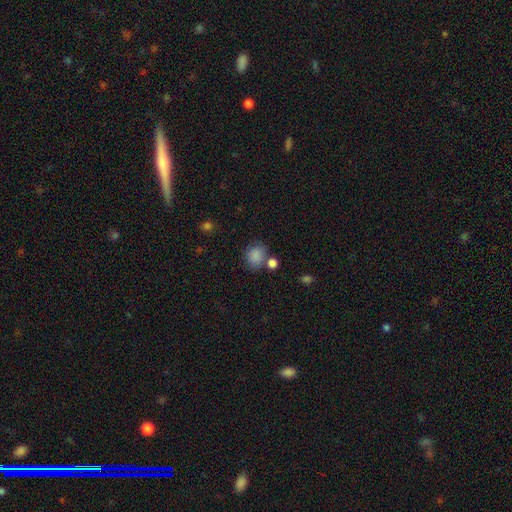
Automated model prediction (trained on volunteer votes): This appears to be a smooth galaxy with no disk features (85%) that is round (63%). Merging: none (63%).